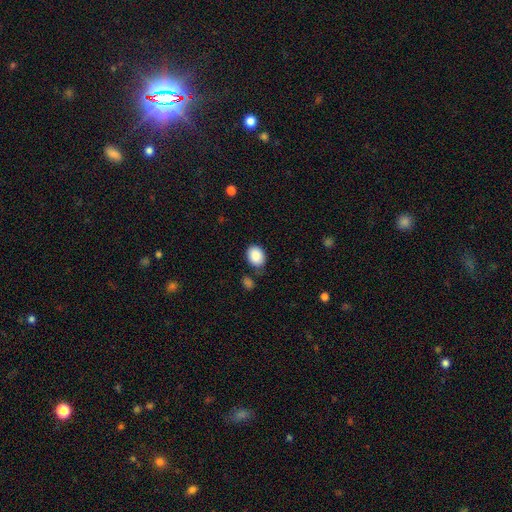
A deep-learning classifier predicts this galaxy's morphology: Smooth or featured?
  - smooth: 89% *
  - star or artifact: 7%
  - featured or disk: 4%
How rounded?
  - in between: 66% *
  - round: 33%
  - cigar-shaped: 1%
Merging?
  - none: 72% *
  - minor disturbance: 18%
  - merger: 6%
  - major disturbance: 5%